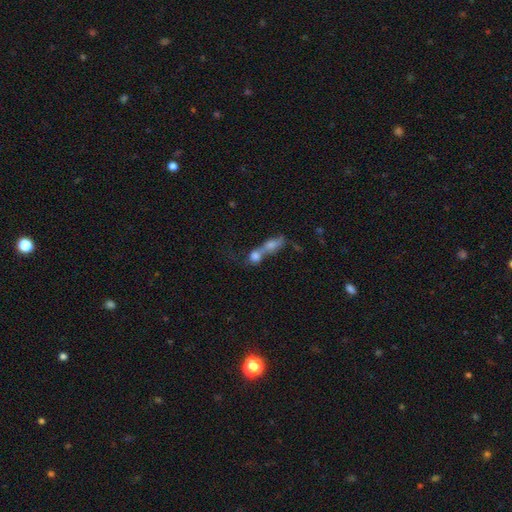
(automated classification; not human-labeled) This is likely a smooth galaxy (67%). How rounded: possibly in between (46%). Merging: likely merger (74%).